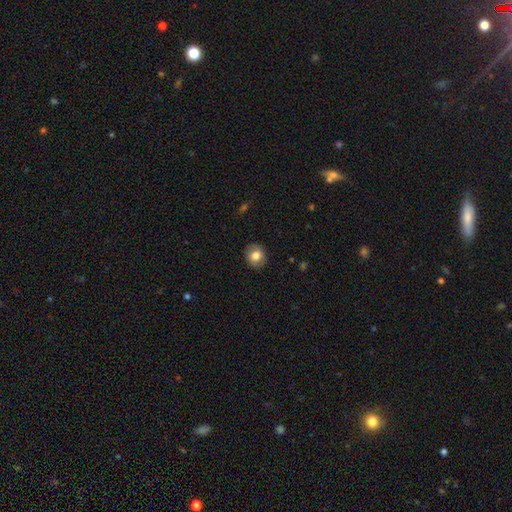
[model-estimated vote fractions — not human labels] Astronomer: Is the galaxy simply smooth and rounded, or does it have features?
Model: smooth — 78%.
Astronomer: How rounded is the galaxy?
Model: round — 74%.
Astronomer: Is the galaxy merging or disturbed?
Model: none — 89%.